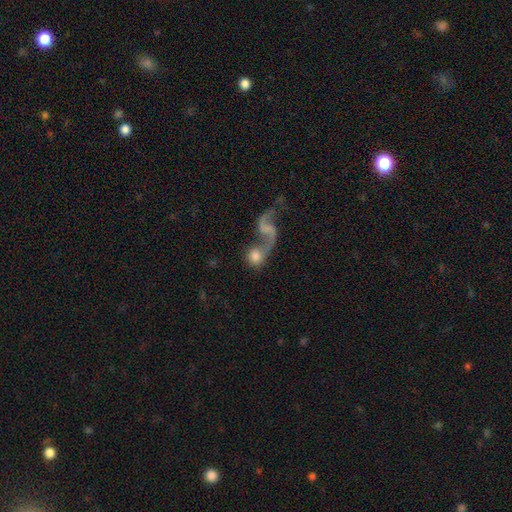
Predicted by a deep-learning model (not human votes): The model was most divided on "smooth or featured": smooth: 49%, featured or disk: 42%, star or artifact: 9%. More confident: merging — merger (56%).